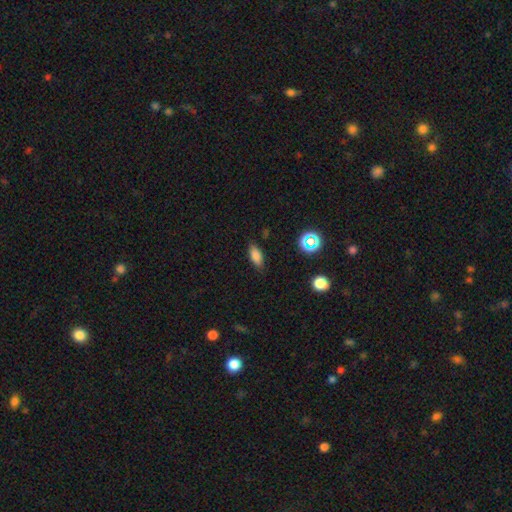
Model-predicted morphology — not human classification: smooth_or_featured: smooth (p=0.80) [alt: star or artifact p=0.12]
how_rounded: in between (p=0.81) [alt: cigar-shaped p=0.14]
merging: none (p=0.83) [alt: minor disturbance p=0.13]